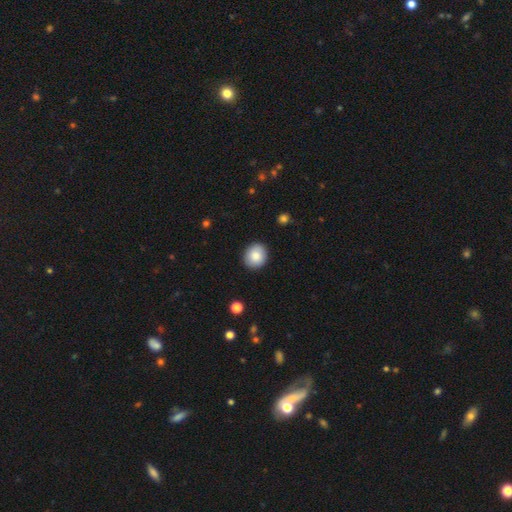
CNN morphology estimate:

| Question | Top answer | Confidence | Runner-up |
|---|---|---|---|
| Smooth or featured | smooth | 86% | star or artifact (7%) |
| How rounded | round | 73% | in between (26%) |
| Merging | none | 90% | minor disturbance (7%) |